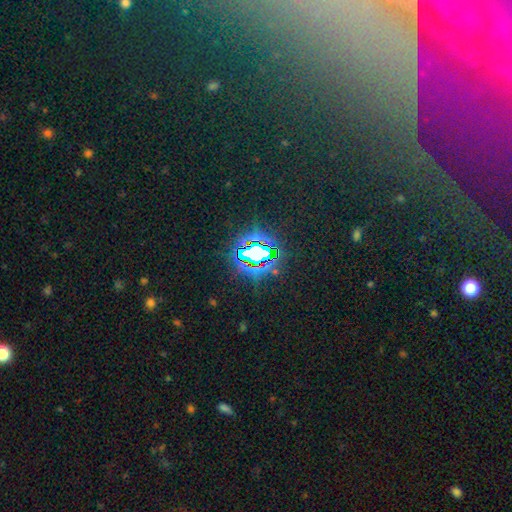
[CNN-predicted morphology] star or artifact 77%, smooth 13%, featured or disk 10%.